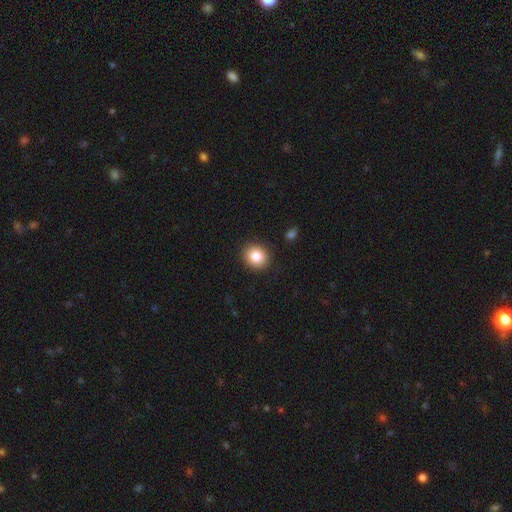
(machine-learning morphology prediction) Smooth or featured: smooth — 82% (star or artifact — 10%)
How rounded: round — 82% (in between — 17%)
Merging: none — 91% (minor disturbance — 6%)